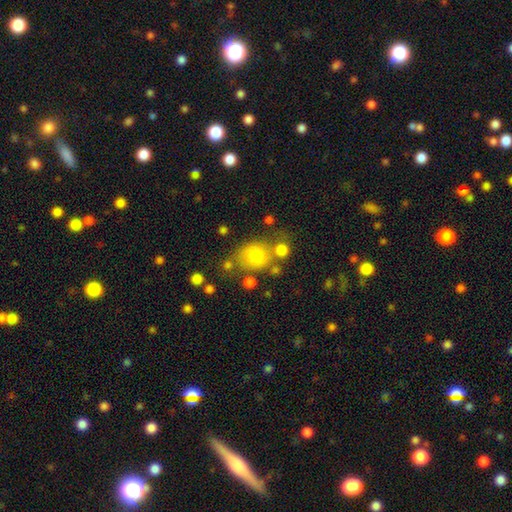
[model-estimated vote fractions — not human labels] Smooth or featured? Predicted: smooth (p=0.76). How rounded? Predicted: round (p=0.63). Merging? Predicted: none (p=0.61).